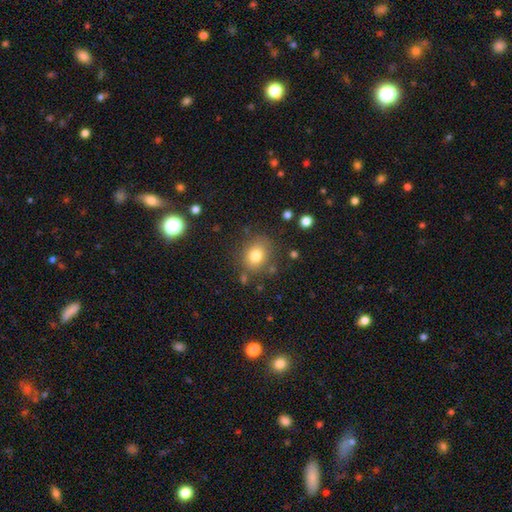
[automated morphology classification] smooth 78%, star or artifact 12%, featured or disk 10%. Down the decision tree: how rounded — round (65%); merging — none (79%).